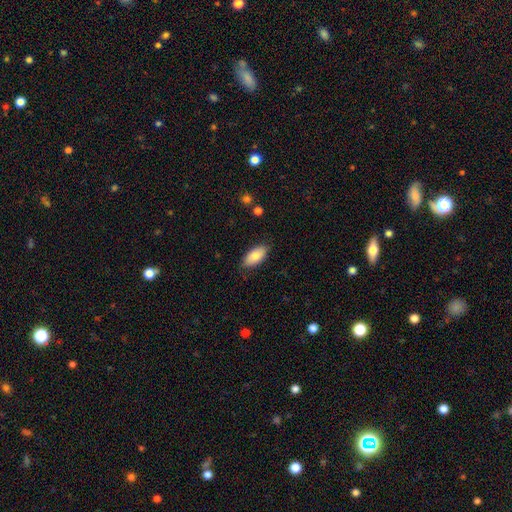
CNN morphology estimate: Smooth or featured? smooth (82%)
How rounded? in between (92%)
Merging? none (83%)